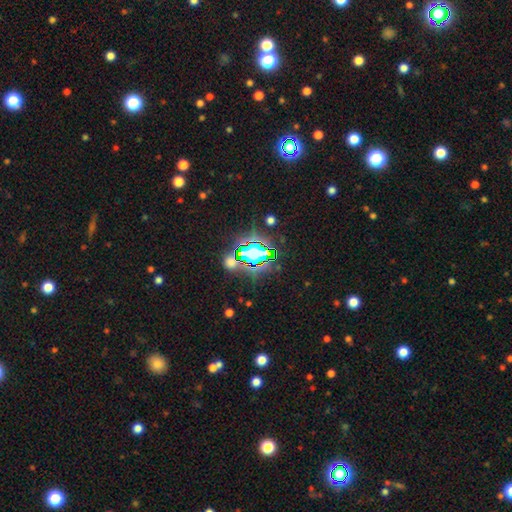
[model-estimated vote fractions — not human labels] Smooth or featured? Predicted: star or artifact (p=0.68).